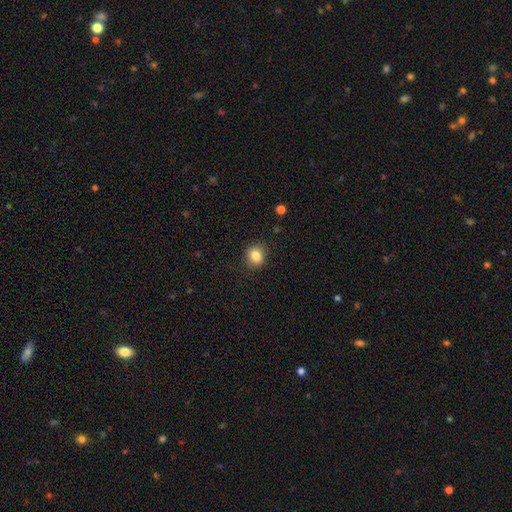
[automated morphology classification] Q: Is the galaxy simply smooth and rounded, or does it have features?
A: smooth — 83%.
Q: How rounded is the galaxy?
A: round — 70%.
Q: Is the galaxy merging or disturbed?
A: none — 86%.